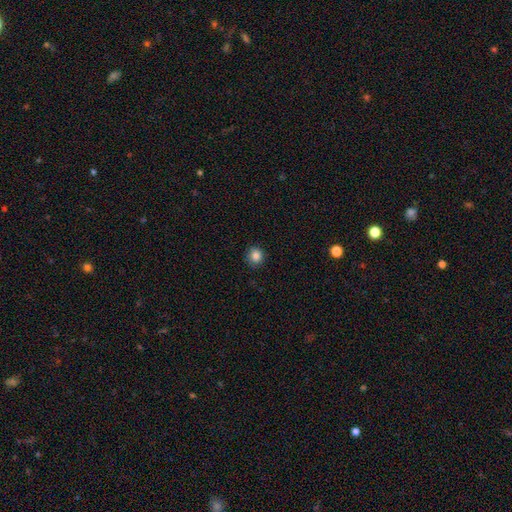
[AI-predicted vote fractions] Morphology: type=smooth (85%); roundness=round (88%); merging=none (88%).